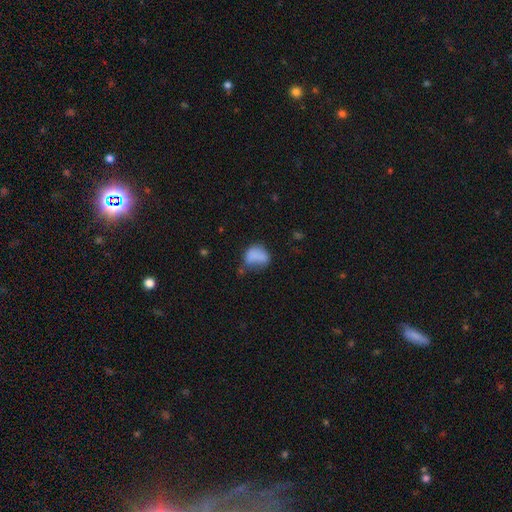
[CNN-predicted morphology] type=smooth (76%); roundness=in between (68%); merging=minor disturbance (31%, tied with none).